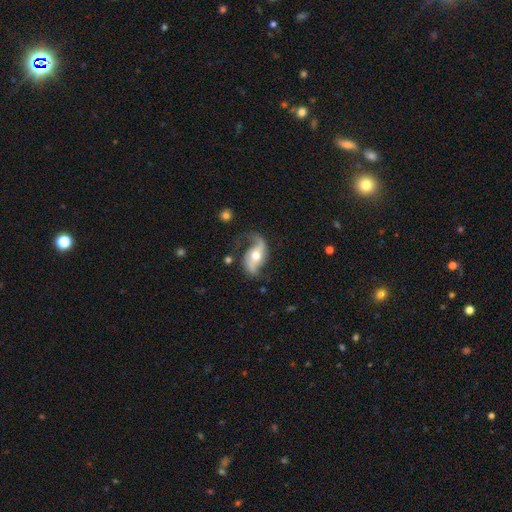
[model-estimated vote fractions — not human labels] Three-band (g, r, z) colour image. It shows a featured or disk galaxy (81%) with no bar (44%), 2 (84%) loose (74%) spiral arms (92%) and a moderate central bulge (72%). Merging: none (59%).